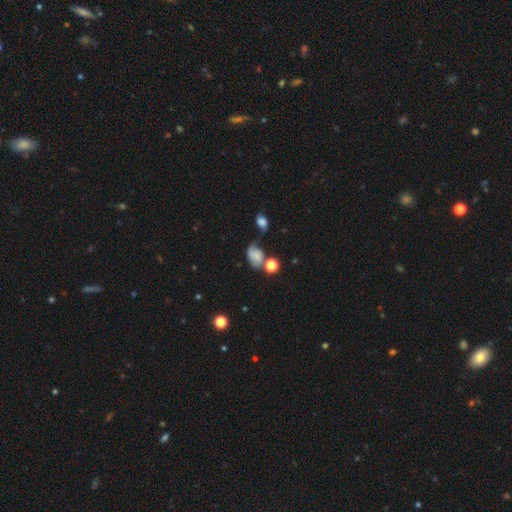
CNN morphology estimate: Smooth or featured? Predicted: smooth (p=0.57). How rounded? Predicted: in between (p=0.61). Merging? Predicted: none (p=0.37).